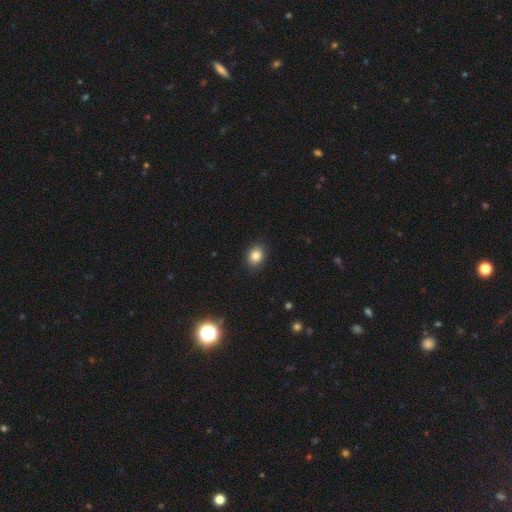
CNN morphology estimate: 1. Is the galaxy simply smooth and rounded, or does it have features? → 84% smooth, 11% star or artifact, 6% featured or disk.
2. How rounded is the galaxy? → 50% round, 49% in between, 1% cigar-shaped.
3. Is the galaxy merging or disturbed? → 89% none, 8% minor disturbance, 2% major disturbance, 1% merger.